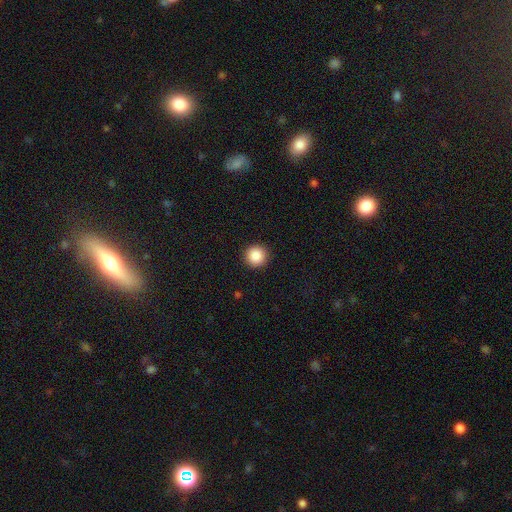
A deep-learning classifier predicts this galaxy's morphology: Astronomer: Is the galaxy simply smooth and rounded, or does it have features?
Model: smooth — 88%.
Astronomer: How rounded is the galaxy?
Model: round — 96%.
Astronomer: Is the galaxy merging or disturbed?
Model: none — 93%.